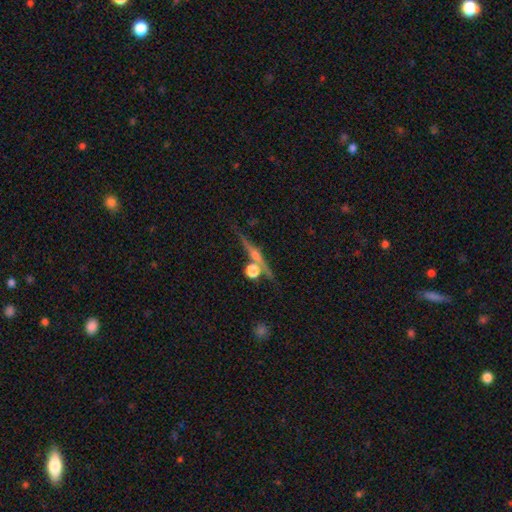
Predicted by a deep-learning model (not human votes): Morphology: type=featured or disk (67%); edge-on=yes (94%); edge-on bulge=rounded (69%); merging=none (75%).